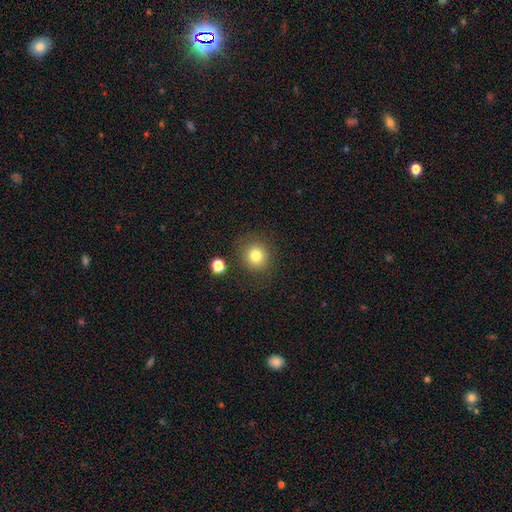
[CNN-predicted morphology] This appears to be a smooth galaxy with no disk features (80%) that is round (88%). Merging: none (83%).